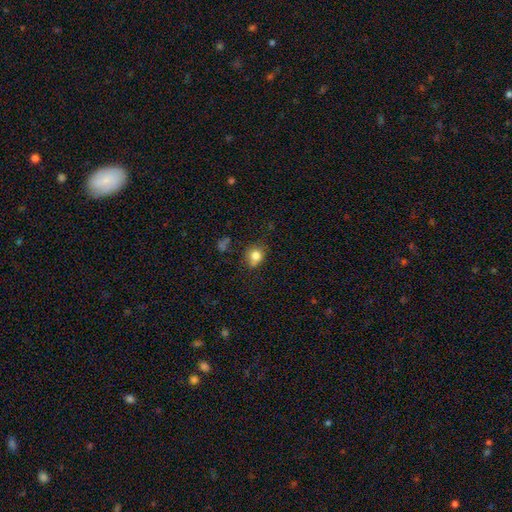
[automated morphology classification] This is clearly a smooth galaxy (81%). How rounded: likely round (62%). Merging: likely none (65%).